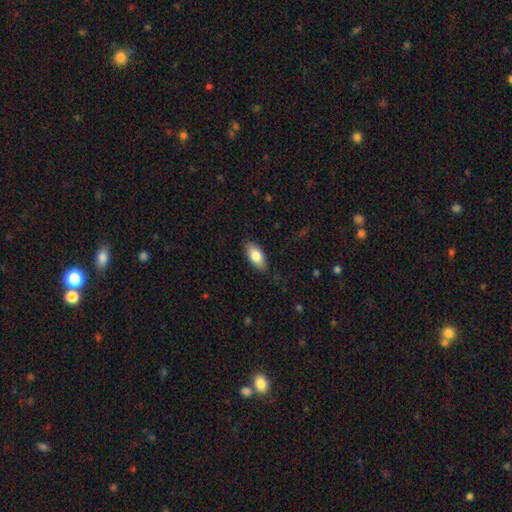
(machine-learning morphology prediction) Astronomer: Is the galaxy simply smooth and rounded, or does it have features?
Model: smooth — 82%.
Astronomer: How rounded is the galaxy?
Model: in between — 91%.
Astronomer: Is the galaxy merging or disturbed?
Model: none — 85%.